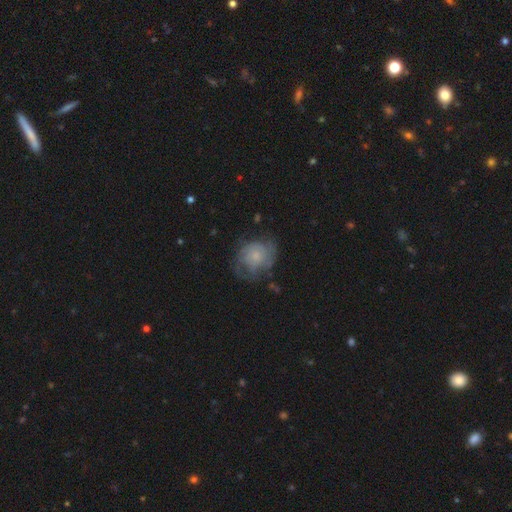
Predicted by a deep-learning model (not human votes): smooth-or-featured: featured or disk: 50% | smooth: 41% | star or artifact: 8%
  disk-edge-on: no: 98% | yes: 2%
  merging: none: 53% | minor disturbance: 26% | major disturbance: 19% | merger: 2%